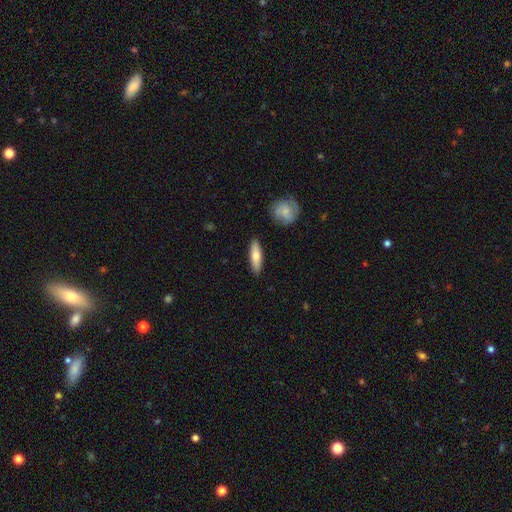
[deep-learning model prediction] This appears to be a smooth galaxy with no disk features (68%) that is cigar-shaped (55%). Merging: none (88%).